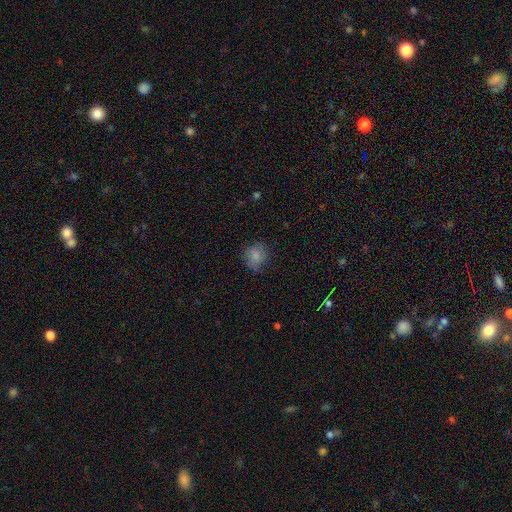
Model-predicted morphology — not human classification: smooth-or-featured: smooth: 81% | featured or disk: 10% | star or artifact: 10%
  how-rounded: round: 79% | in between: 20% | cigar-shaped: 1%
  merging: none: 71% | minor disturbance: 22% | major disturbance: 6% | merger: 1%